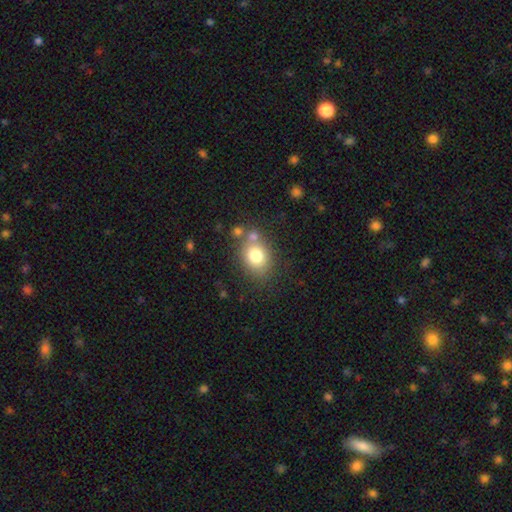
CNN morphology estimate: Smooth or featured: smooth — 76% (featured or disk — 12%)
How rounded: round — 56% (in between — 43%)
Merging: none — 65% (merger — 16%)